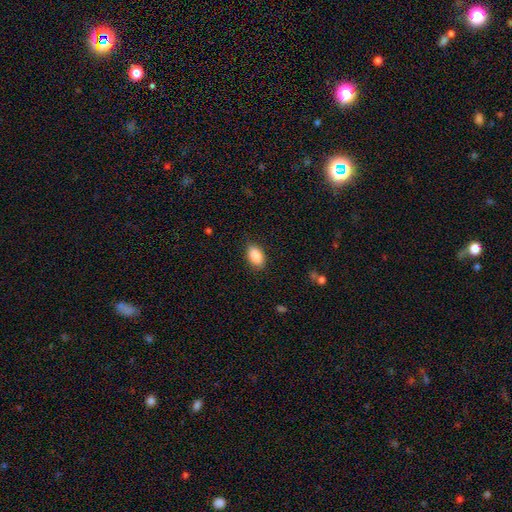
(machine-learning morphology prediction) Q: Smooth or featured?
A: smooth (89%); runner-up: star or artifact (7%)
Q: How rounded?
A: in between (92%); runner-up: round (6%)
Q: Merging?
A: none (82%); runner-up: minor disturbance (14%)